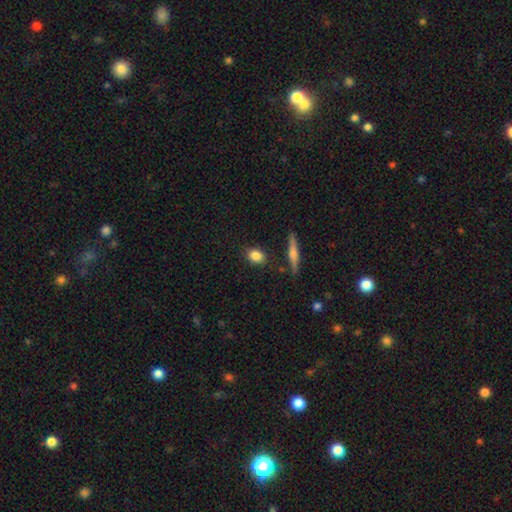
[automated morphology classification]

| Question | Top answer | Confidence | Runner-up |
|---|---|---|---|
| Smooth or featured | smooth | 83% | featured or disk (9%) |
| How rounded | in between | 55% | round (40%) |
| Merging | none | 83% | minor disturbance (11%) |